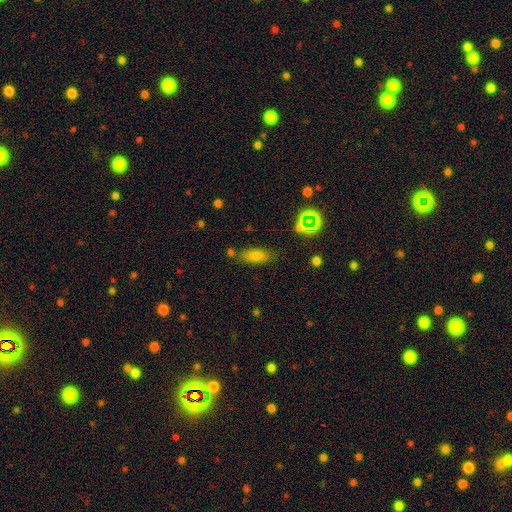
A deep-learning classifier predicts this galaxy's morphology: Smooth or featured?
  - smooth: 76% *
  - star or artifact: 14%
  - featured or disk: 10%
How rounded?
  - in between: 75% *
  - cigar-shaped: 21%
  - round: 4%
Merging?
  - none: 72% *
  - minor disturbance: 17%
  - merger: 7%
  - major disturbance: 5%